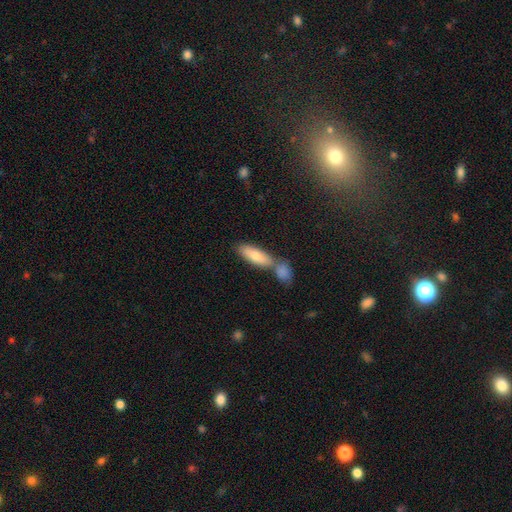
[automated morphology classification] smooth_or_featured: smooth (p=0.67) [alt: featured or disk p=0.22]
how_rounded: in between (p=0.57) [alt: cigar-shaped p=0.40]
merging: none (p=0.59) [alt: merger p=0.28]